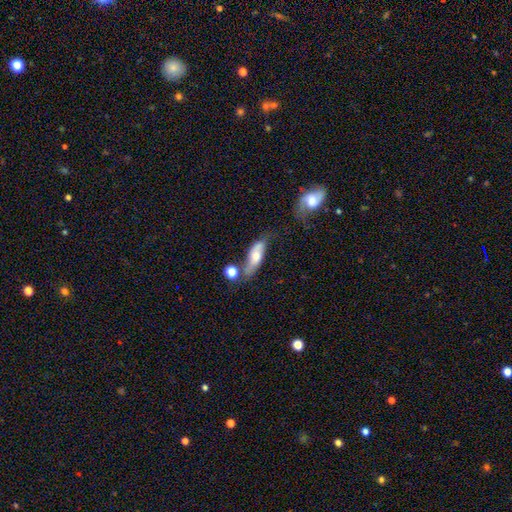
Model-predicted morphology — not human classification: A smooth galaxy with no disk features (50%) that is in between round and cigar-shaped (62%). Merging: none (48%).